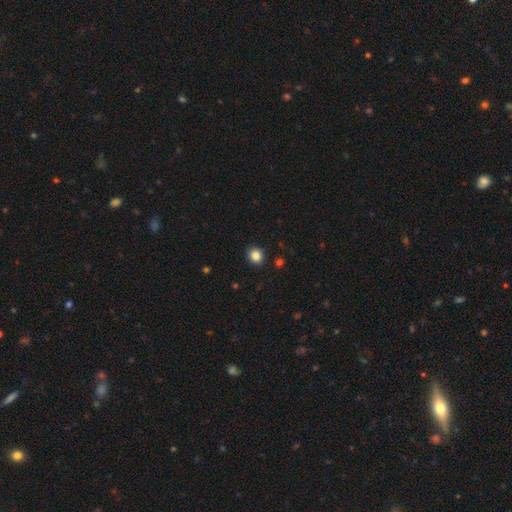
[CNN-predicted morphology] Smooth or featured? smooth (86%)
How rounded? round (76%)
Merging? none (91%)